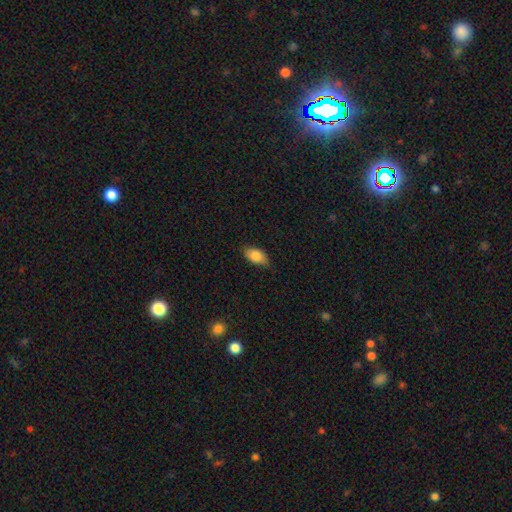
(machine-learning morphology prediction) Smooth or featured? smooth (85%)
How rounded? in between (91%)
Merging? none (74%)